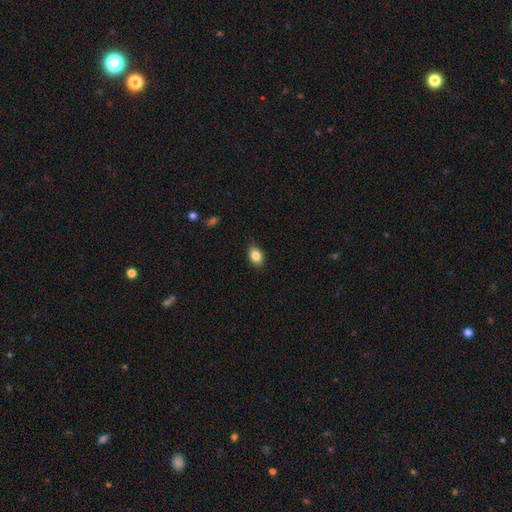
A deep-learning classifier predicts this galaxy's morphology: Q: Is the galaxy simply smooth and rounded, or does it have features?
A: smooth — 85%.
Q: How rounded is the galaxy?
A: in between — 81%.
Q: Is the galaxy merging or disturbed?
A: none — 85%.